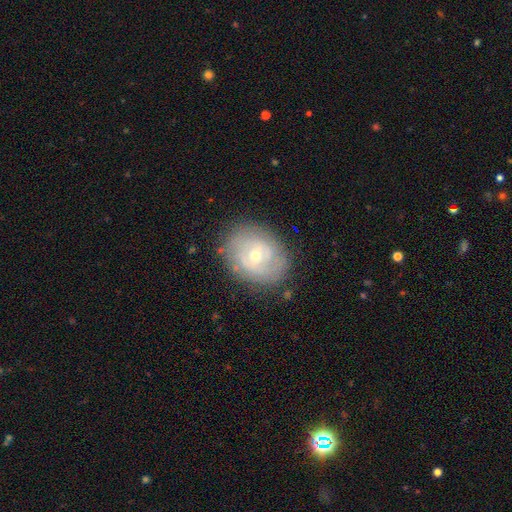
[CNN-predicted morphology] Smooth or featured?
  - featured or disk: 67% *
  - smooth: 26%
  - star or artifact: 7%
Edge-on disk?
  - no: 96% *
  - yes: 4%
Bar?
  - no: 64% *
  - weak: 29%
  - strong: 7%
Spiral arms?
  - yes: 65% *
  - no: 35%
Bulge size?
  - moderate: 49% *
  - small: 48%
  - large: 2%
  - none: 1%
  - dominant: 1%
Merging?
  - none: 77% *
  - minor disturbance: 15%
  - major disturbance: 6%
  - merger: 1%